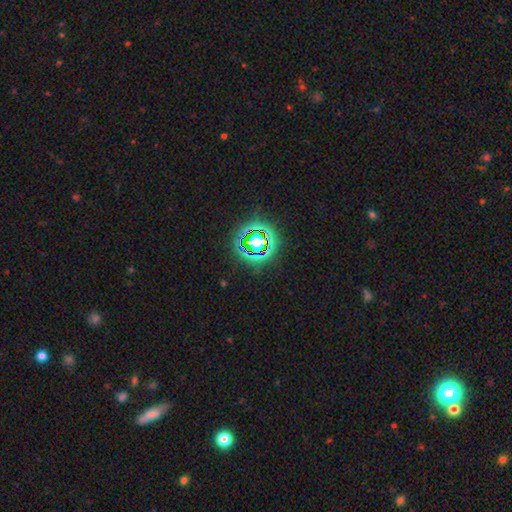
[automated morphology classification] Smooth or featured: star or artifact — 77% (smooth — 15%)